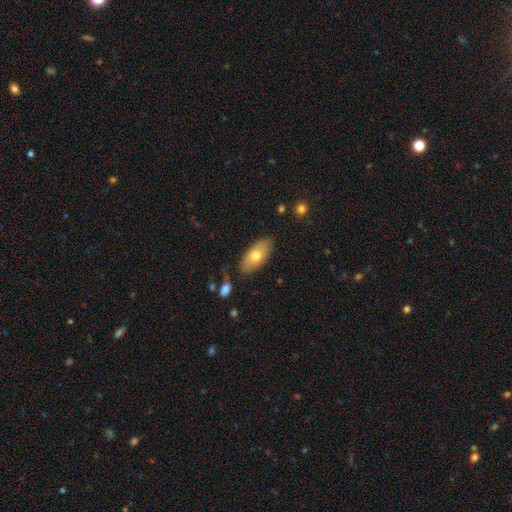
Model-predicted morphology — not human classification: smooth-or-featured: smooth: 68% | featured or disk: 26% | star or artifact: 6%
  how-rounded: in between: 90% | cigar-shaped: 6% | round: 4%
  merging: none: 78% | minor disturbance: 15% | major disturbance: 4% | merger: 3%